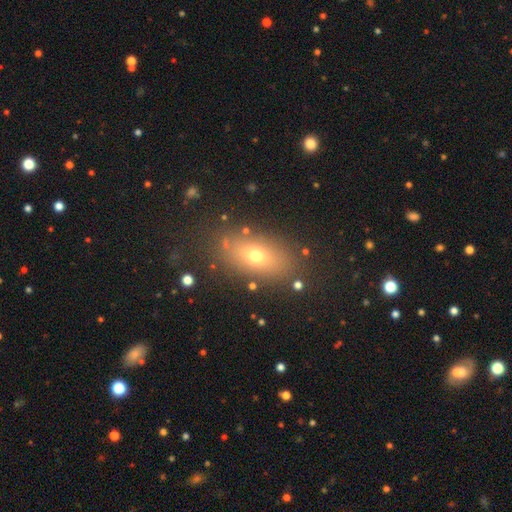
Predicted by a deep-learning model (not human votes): Overall: smooth (66%). How rounded: in between (78%). Merging: none (82%).